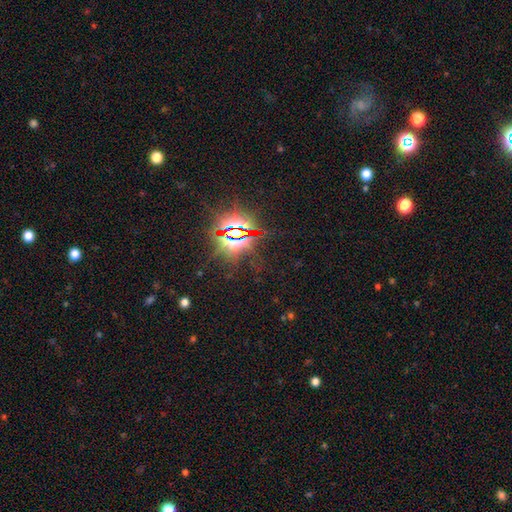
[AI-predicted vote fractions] star or artifact 84%, smooth 8%, featured or disk 8%.